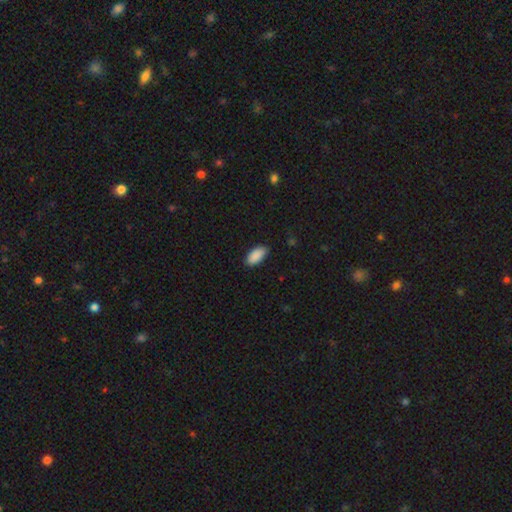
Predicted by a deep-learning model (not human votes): Smooth or featured? smooth (91%)
How rounded? in between (93%)
Merging? none (86%)